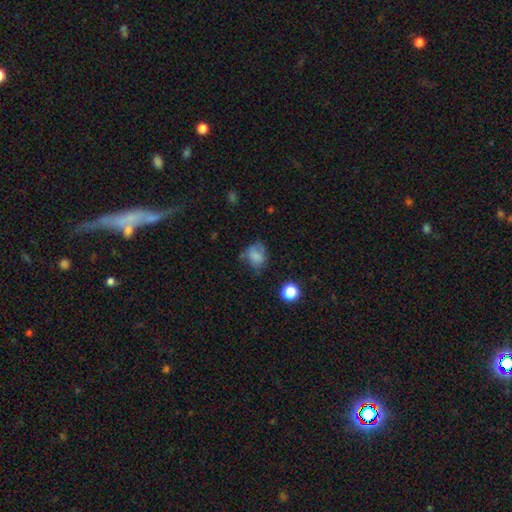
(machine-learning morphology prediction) smooth_or_featured: smooth (p=0.73) [alt: featured or disk p=0.14]
how_rounded: in between (p=0.51) [alt: round p=0.48]
merging: none (p=0.48) [alt: minor disturbance p=0.30]